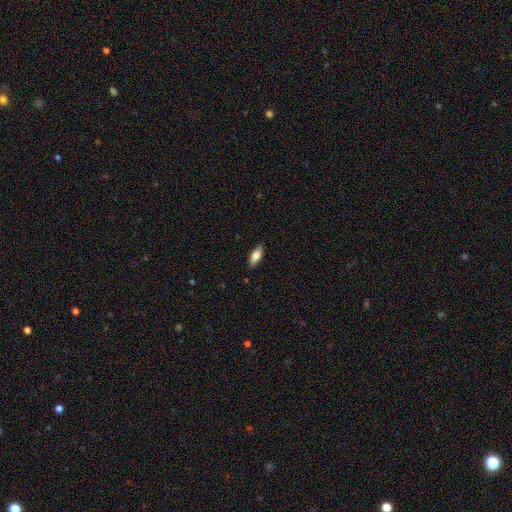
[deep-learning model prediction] This is likely a smooth galaxy (79%). How rounded: likely in between (80%). Merging: clearly none (87%).